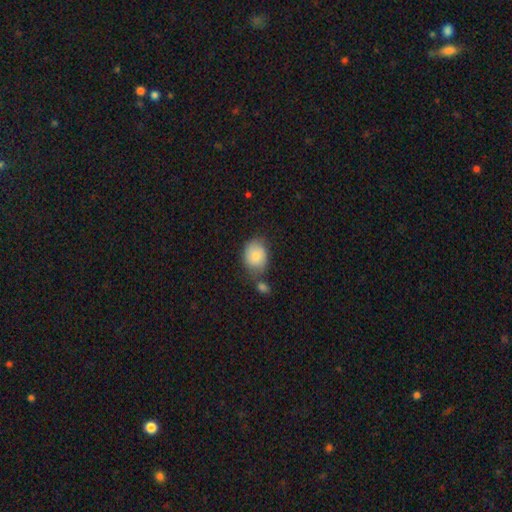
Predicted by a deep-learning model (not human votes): smooth 82%, featured or disk 11%, star or artifact 8%. Down the decision tree: how rounded — in between (50%); merging — none (55%).